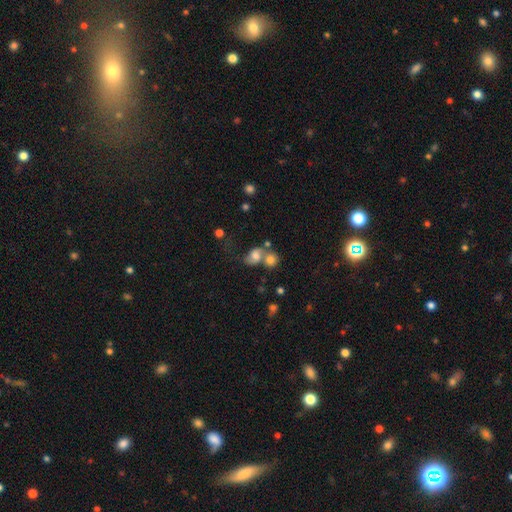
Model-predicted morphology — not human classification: Smooth or featured: smooth — 66% (featured or disk — 22%)
How rounded: in between — 50% (round — 48%)
Merging: merger — 52% (none — 27%)